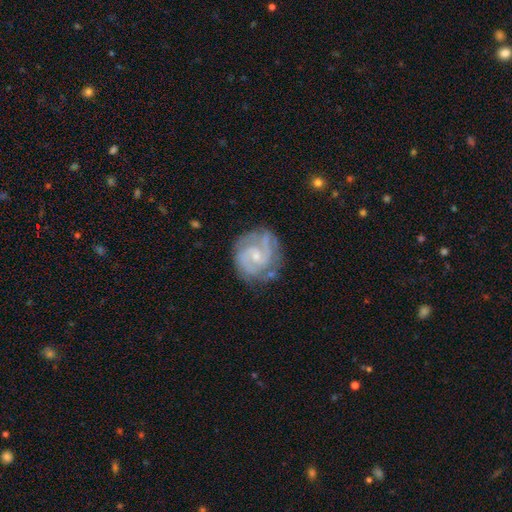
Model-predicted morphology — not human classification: The model was most divided on "spiral winding": tight: 51%, medium: 41%, loose: 8%. More confident: edge-on disk — no (98%); spiral arms — yes (97%); smooth or featured — featured or disk (86%); merging — none (73%); bulge size — small (66%); spiral arm count — 2 (64%); bar — no (51%).